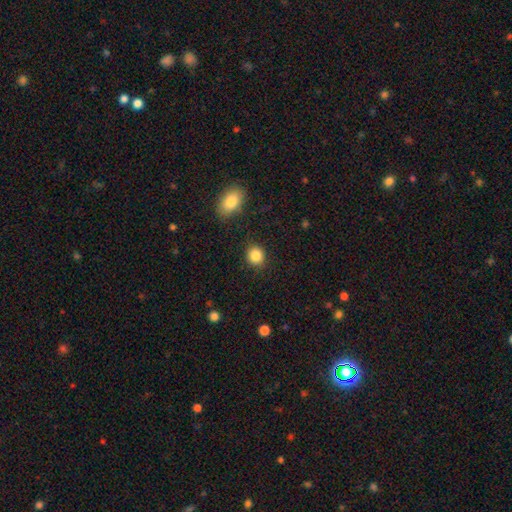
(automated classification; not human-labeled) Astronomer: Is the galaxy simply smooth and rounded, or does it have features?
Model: smooth — 86%.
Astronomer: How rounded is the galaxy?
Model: round — 83%.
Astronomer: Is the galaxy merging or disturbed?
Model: none — 89%.